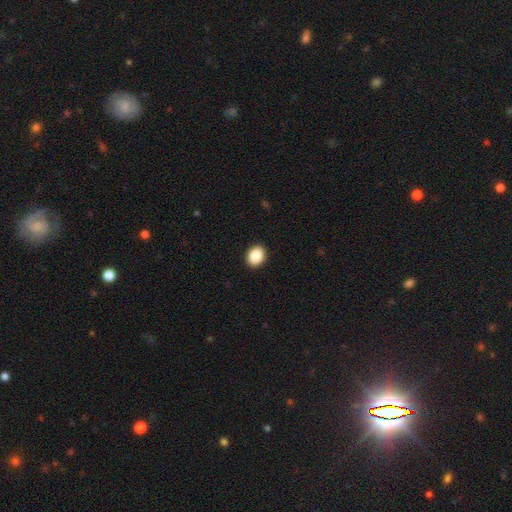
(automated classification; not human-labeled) Smooth or featured: smooth — 89% (star or artifact — 8%)
How rounded: in between — 52% (round — 47%)
Merging: none — 91% (minor disturbance — 6%)